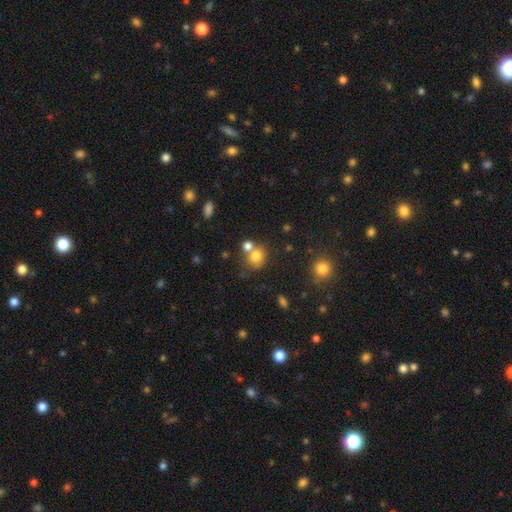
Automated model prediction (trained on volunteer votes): Morphology: type=smooth (76%); roundness=round (72%); merging=none (48%).